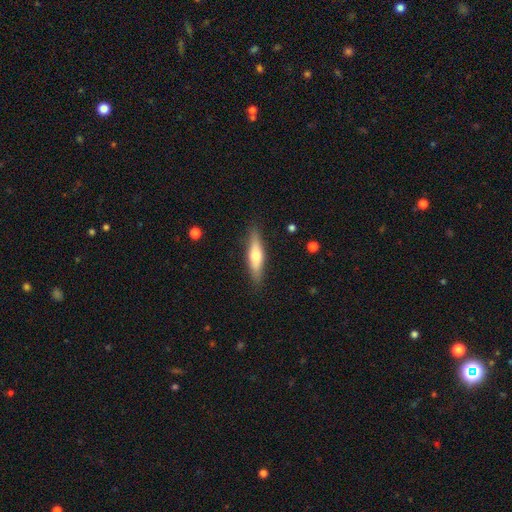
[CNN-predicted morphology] Smooth or featured? smooth (56%)
How rounded? cigar-shaped (71%)
Merging? none (86%)